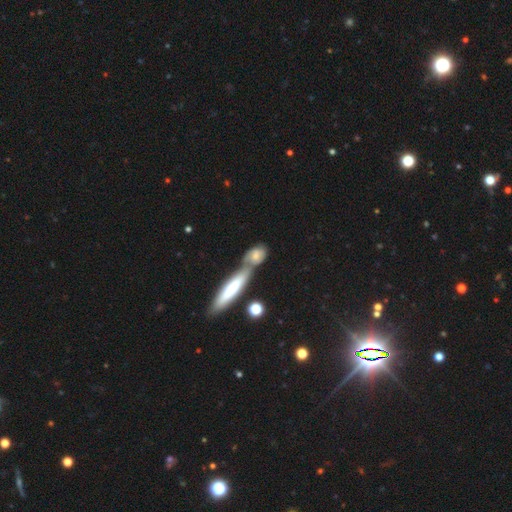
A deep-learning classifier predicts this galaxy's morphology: Q: Smooth or featured?
A: smooth (63%); runner-up: featured or disk (29%)
Q: How rounded?
A: in between (49%); runner-up: cigar-shaped (28%)
Q: Merging?
A: merger (48%); runner-up: none (36%)